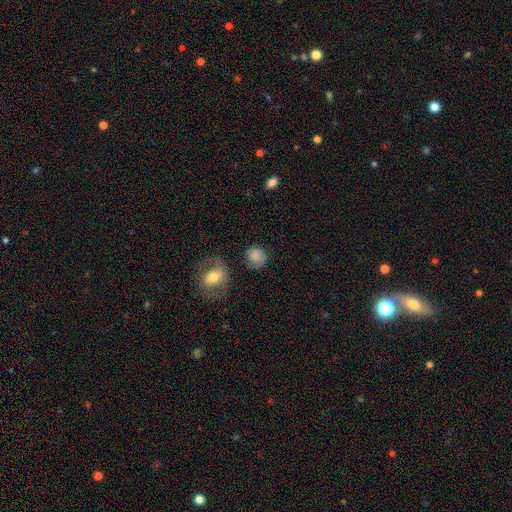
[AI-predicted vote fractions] smooth_or_featured: smooth (p=0.78) [alt: featured or disk p=0.13]
how_rounded: round (p=0.83) [alt: in between p=0.16]
merging: none (p=0.69) [alt: minor disturbance p=0.18]